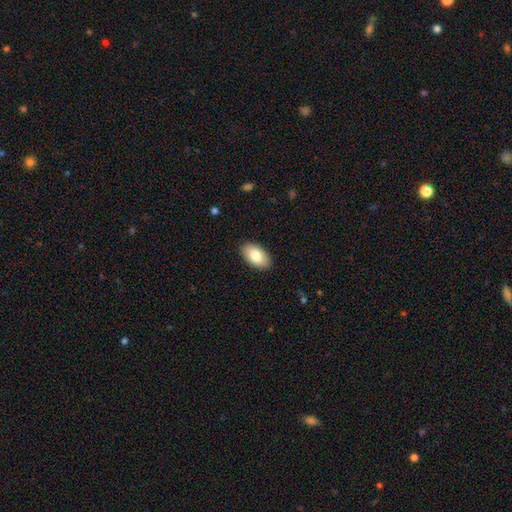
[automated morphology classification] A smooth galaxy with no disk features (82%) that is in between round and cigar-shaped (95%).

Vote fractions:
- Smooth or featured? smooth: 82% / featured or disk: 12% / star or artifact: 6%
- How rounded? in between: 95% / round: 4% / cigar-shaped: 1%
- Merging? none: 89% / minor disturbance: 8% / major disturbance: 2% / merger: 1%